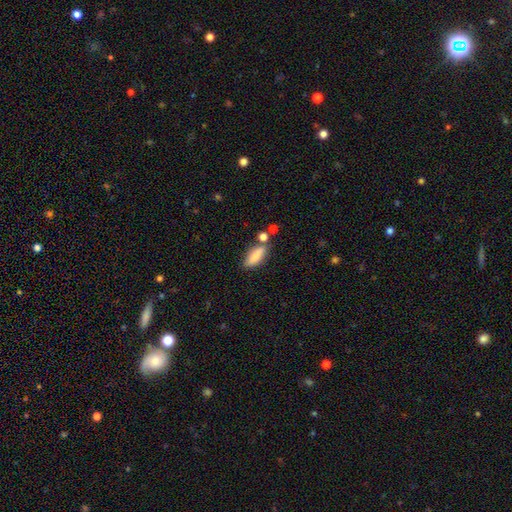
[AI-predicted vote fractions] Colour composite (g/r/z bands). It shows a smooth galaxy with no disk features (80%) that is in between round and cigar-shaped (61%). Merging: none (66%).